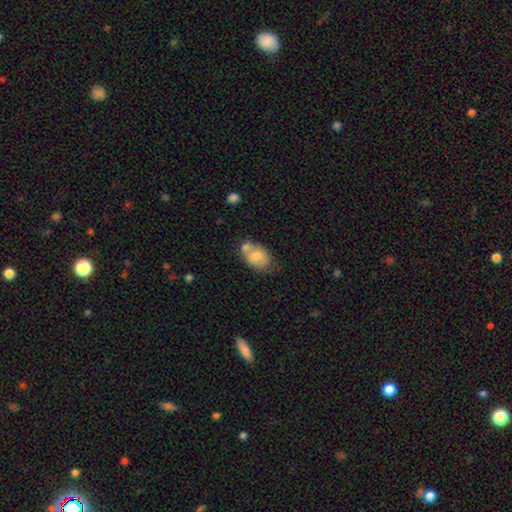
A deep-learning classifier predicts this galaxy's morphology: Overall: smooth (70%). How rounded: in between (84%). Merging: none (38%, tied with merger).